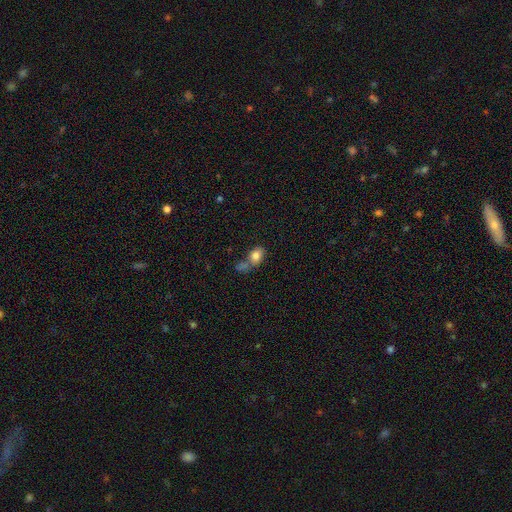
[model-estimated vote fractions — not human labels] smooth-or-featured: smooth: 80% | featured or disk: 11% | star or artifact: 9%
  how-rounded: in between: 76% | round: 22% | cigar-shaped: 2%
  merging: none: 38% (tied) | merger: 38% (tied) | minor disturbance: 15% | major disturbance: 8%